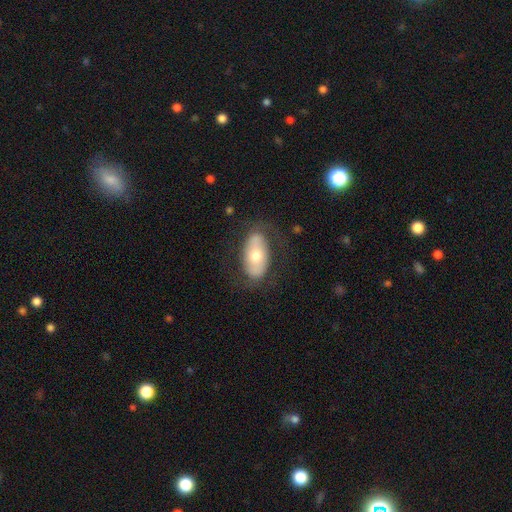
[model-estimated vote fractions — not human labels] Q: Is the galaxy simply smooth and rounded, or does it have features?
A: smooth — 50%.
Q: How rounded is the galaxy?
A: in between — 93%.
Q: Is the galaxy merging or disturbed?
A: none — 73%.